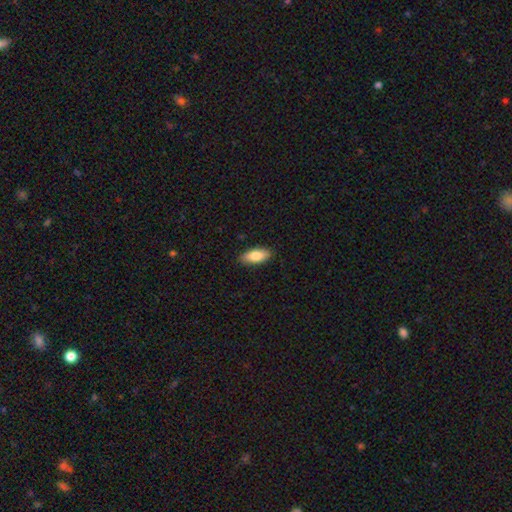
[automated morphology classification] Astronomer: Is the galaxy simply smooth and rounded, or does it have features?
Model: smooth — 82%.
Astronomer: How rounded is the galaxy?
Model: in between — 84%.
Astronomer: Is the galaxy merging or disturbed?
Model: none — 89%.